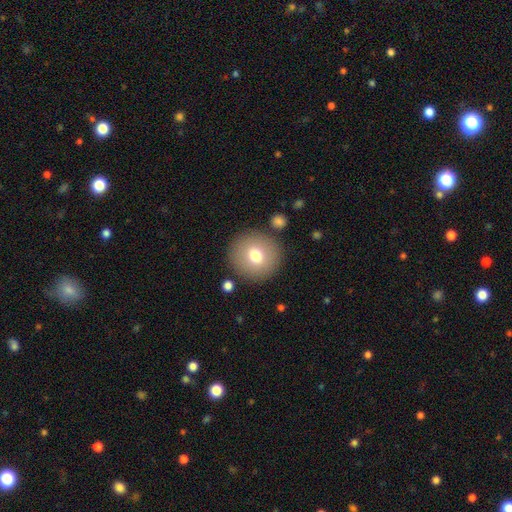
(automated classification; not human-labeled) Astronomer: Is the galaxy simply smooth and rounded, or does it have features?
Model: smooth — 73%.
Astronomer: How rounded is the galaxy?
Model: round — 93%.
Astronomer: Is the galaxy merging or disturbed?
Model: none — 87%.